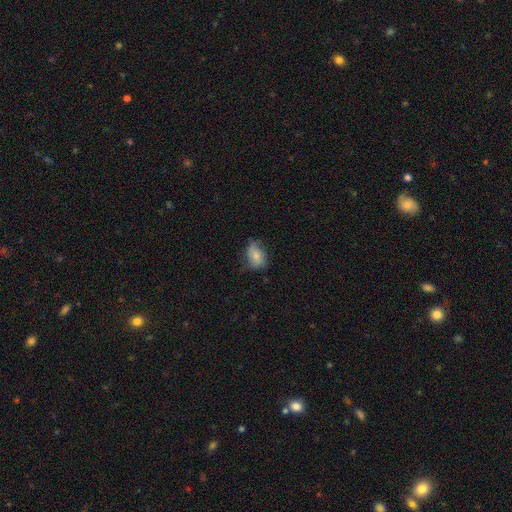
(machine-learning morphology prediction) A smooth galaxy with no disk features (71%) that is in between round and cigar-shaped (77%).

Vote fractions:
- Smooth or featured? smooth: 71% / featured or disk: 21% / star or artifact: 8%
- How rounded? in between: 77% / round: 21% / cigar-shaped: 2%
- Merging? none: 56% / minor disturbance: 32% / major disturbance: 10% / merger: 1%